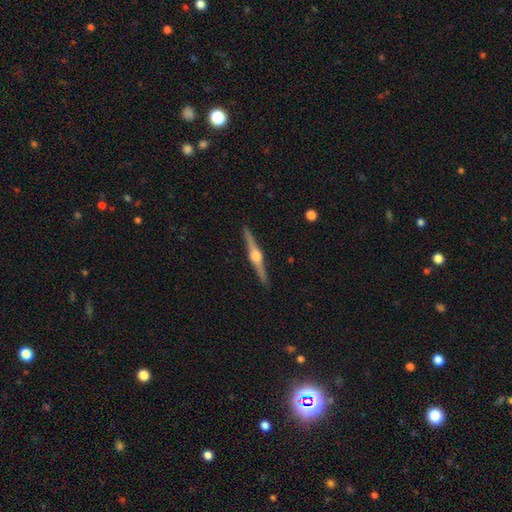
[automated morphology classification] This appears to be a featured or disk galaxy (86%) viewed edge-on (99%) with a rounded central bulge (95%). Merging: none (92%).